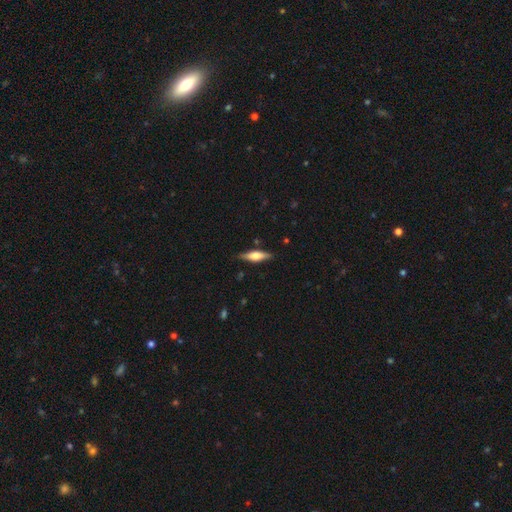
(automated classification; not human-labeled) Smooth or featured?
  - featured or disk: 48% *
  - smooth: 46%
  - star or artifact: 6%
Merging?
  - none: 84% *
  - minor disturbance: 12%
  - major disturbance: 2%
  - merger: 2%